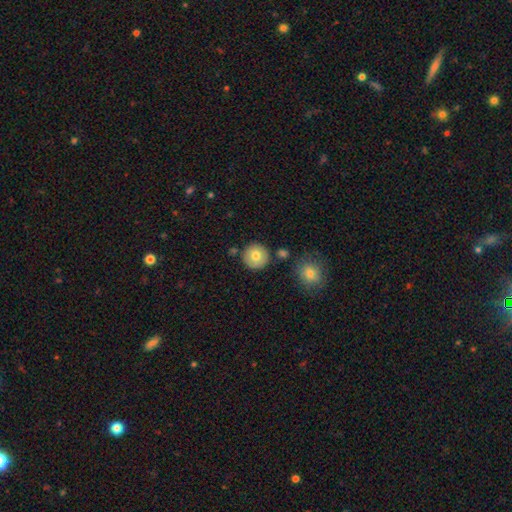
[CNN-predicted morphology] This appears to be a smooth galaxy with no disk features (77%) that is round (95%). Merging: none (85%).